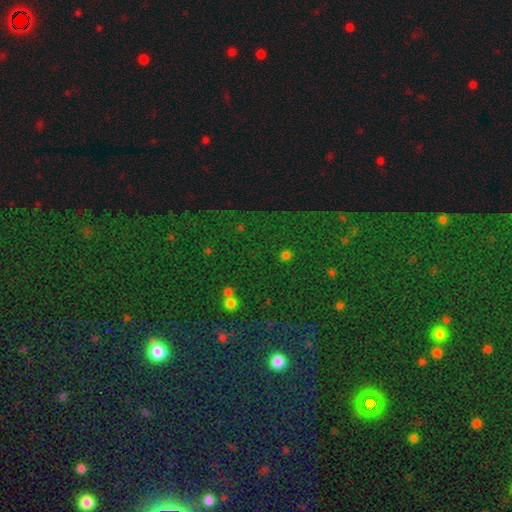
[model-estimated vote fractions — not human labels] The model was most divided on "smooth or featured": star or artifact: 79%, smooth: 13%, featured or disk: 8%.